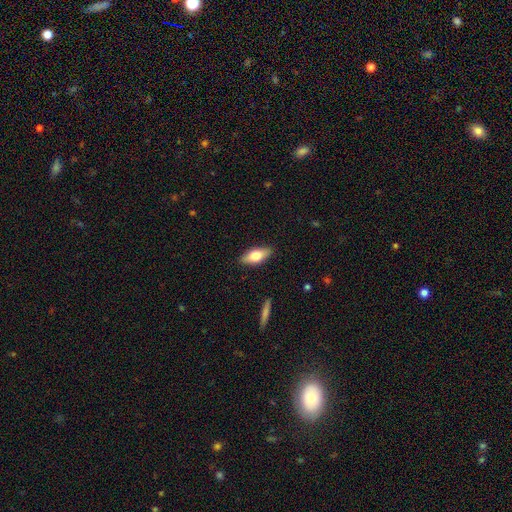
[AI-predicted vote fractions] Smooth or featured?
  - smooth: 67% *
  - featured or disk: 27%
  - star or artifact: 7%
How rounded?
  - in between: 80% *
  - cigar-shaped: 17%
  - round: 3%
Merging?
  - none: 88% *
  - minor disturbance: 9%
  - major disturbance: 2%
  - merger: 1%